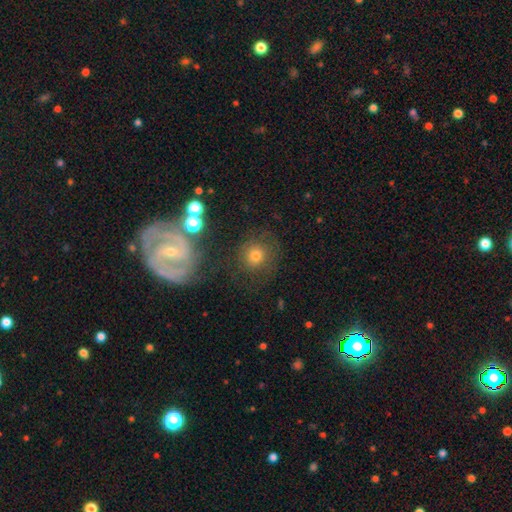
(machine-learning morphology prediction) Q: Smooth or featured?
A: smooth (64%); runner-up: featured or disk (18%)
Q: How rounded?
A: round (88%); runner-up: in between (11%)
Q: Merging?
A: none (71%); runner-up: minor disturbance (13%)